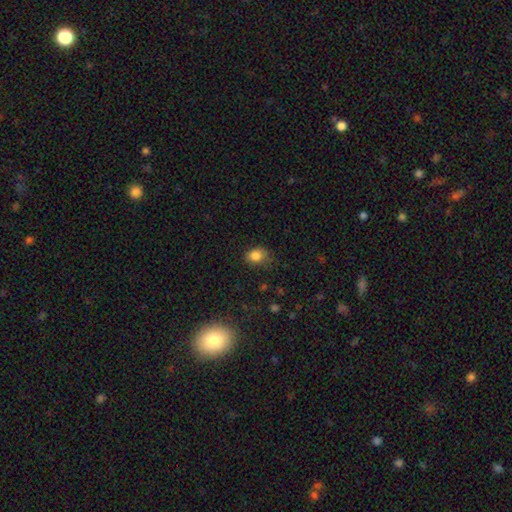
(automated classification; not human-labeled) The model was most divided on "how rounded": in between: 53%, round: 46%, cigar-shaped: 1%. More confident: smooth or featured — smooth (83%); merging — none (66%).